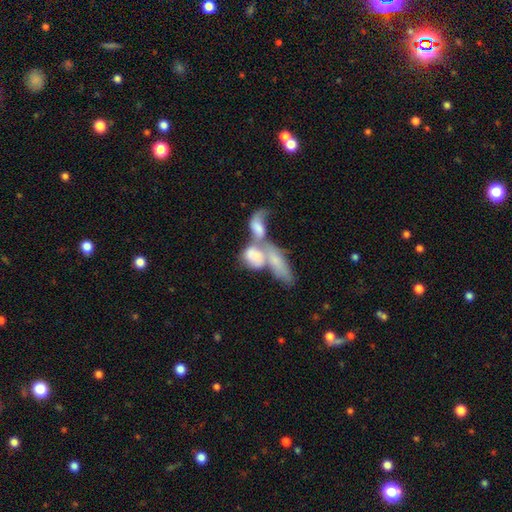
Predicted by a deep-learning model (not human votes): This is possibly a smooth galaxy (57%). How rounded: likely in between (75%). Merging: likely merger (77%).